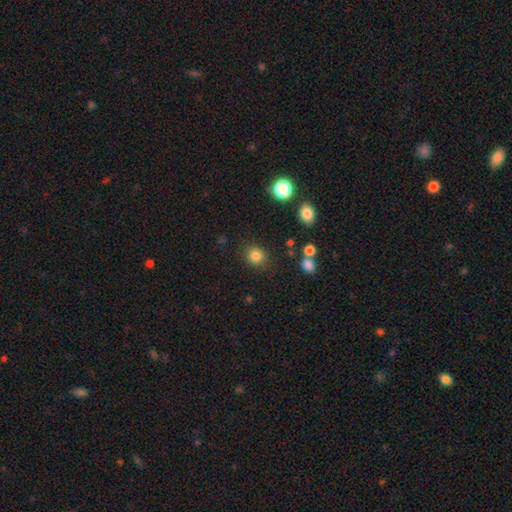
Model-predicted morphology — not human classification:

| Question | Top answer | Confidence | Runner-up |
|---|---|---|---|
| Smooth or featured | smooth | 84% | star or artifact (12%) |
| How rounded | round | 85% | in between (14%) |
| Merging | none | 86% | minor disturbance (8%) |